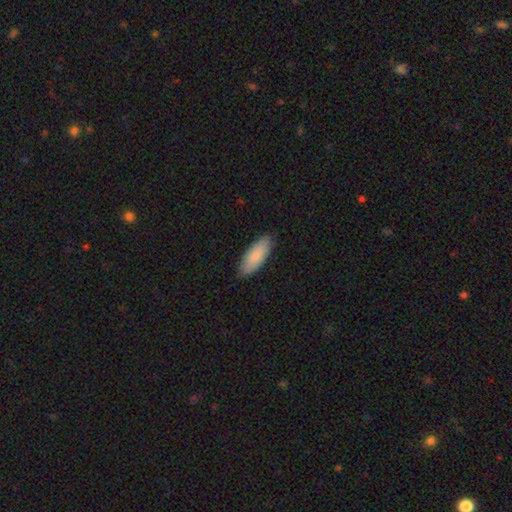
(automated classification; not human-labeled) Smooth or featured?
  - smooth: 88% *
  - featured or disk: 7%
  - star or artifact: 5%
How rounded?
  - in between: 73% *
  - cigar-shaped: 26%
  - round: 1%
Merging?
  - none: 87% *
  - minor disturbance: 11%
  - major disturbance: 2%
  - merger: 1%